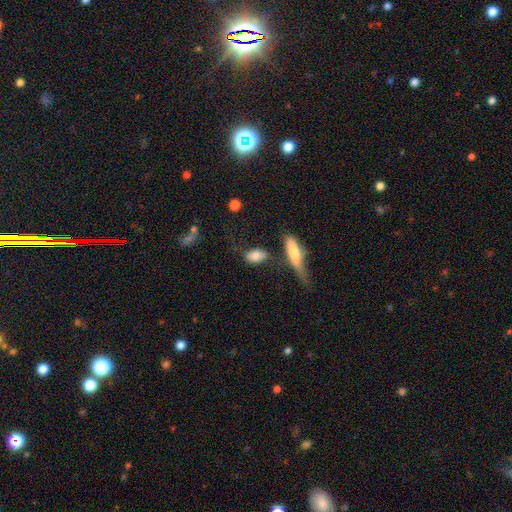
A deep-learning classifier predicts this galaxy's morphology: The model was most divided on "merging": none: 55%, minor disturbance: 21%, merger: 14%, major disturbance: 10%. More confident: how rounded — in between (86%); smooth or featured — smooth (79%).